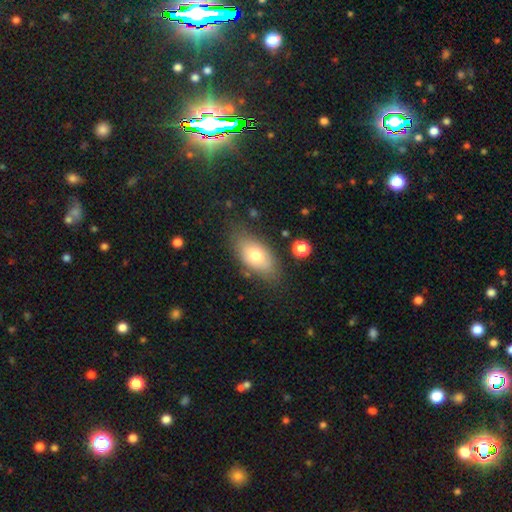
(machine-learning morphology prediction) Smooth or featured? Predicted: smooth (p=0.71). How rounded? Predicted: in between (p=0.88). Merging? Predicted: none (p=0.73).